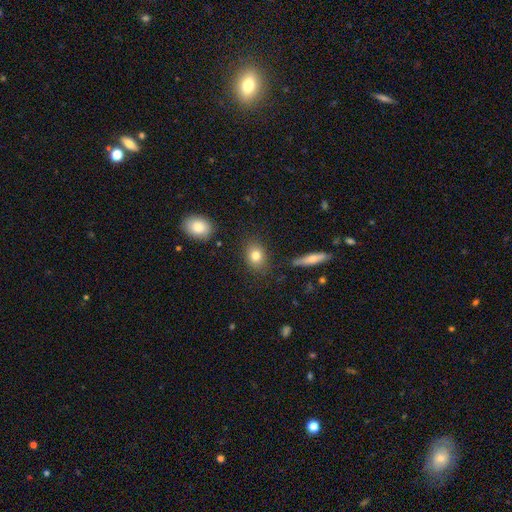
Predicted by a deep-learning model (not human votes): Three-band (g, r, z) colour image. It shows a smooth galaxy with no disk features (80%) that is in between round and cigar-shaped (58%). Merging: none (84%).